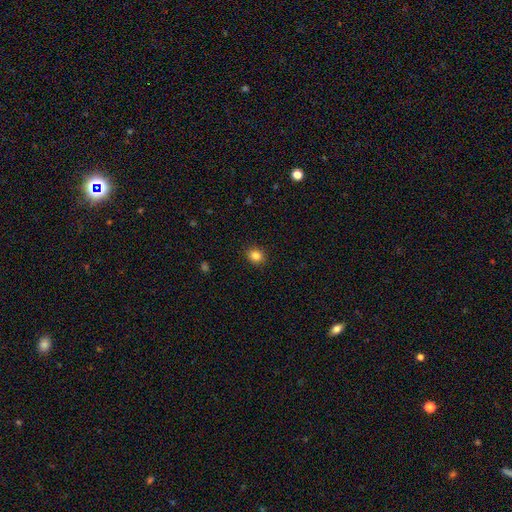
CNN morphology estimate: Smooth or featured? Predicted: smooth (p=0.84). How rounded? Predicted: round (p=0.72). Merging? Predicted: none (p=0.91).